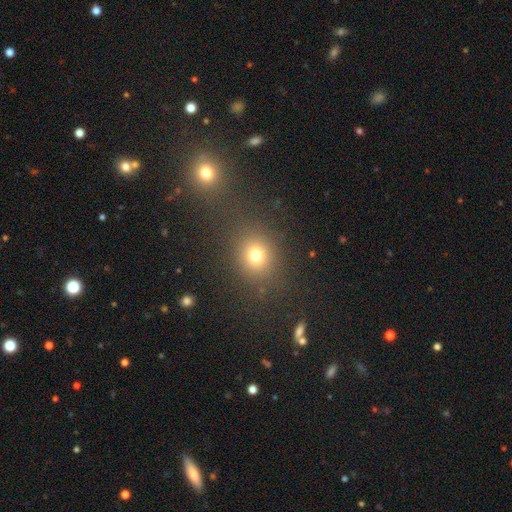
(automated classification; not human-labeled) Morphology: type=smooth (73%); roundness=round (73%); merging=none (75%).